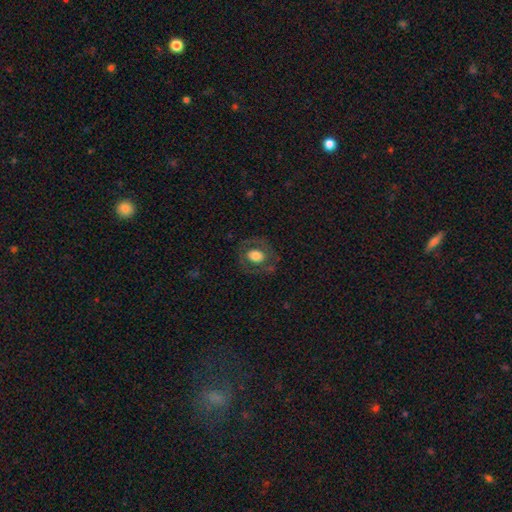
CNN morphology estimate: Smooth or featured?
  - smooth: 57% *
  - featured or disk: 35%
  - star or artifact: 8%
How rounded?
  - round: 51% *
  - in between: 48%
  - cigar-shaped: 1%
Merging?
  - none: 76% *
  - minor disturbance: 14%
  - major disturbance: 9%
  - merger: 1%